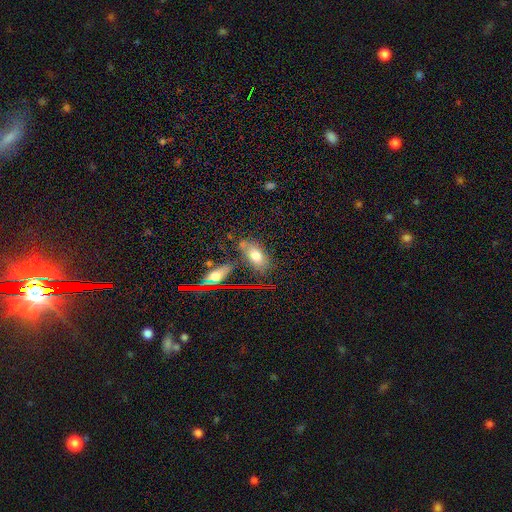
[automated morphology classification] smooth 67%, star or artifact 17%, featured or disk 16%. Down the decision tree: how rounded — in between (84%); merging — none (68%).